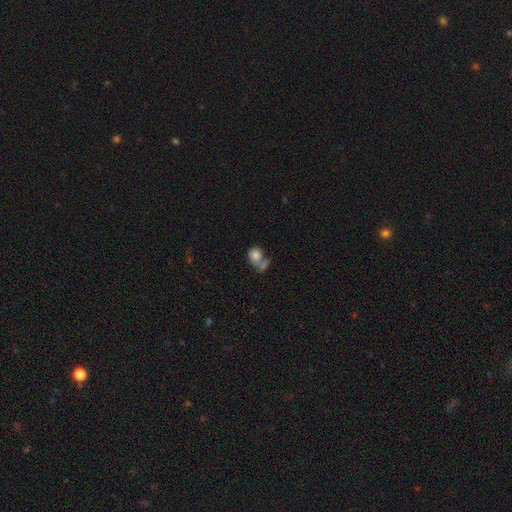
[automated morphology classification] A smooth galaxy with no disk features (77%) that is round (53%). Merging: merger (44%).